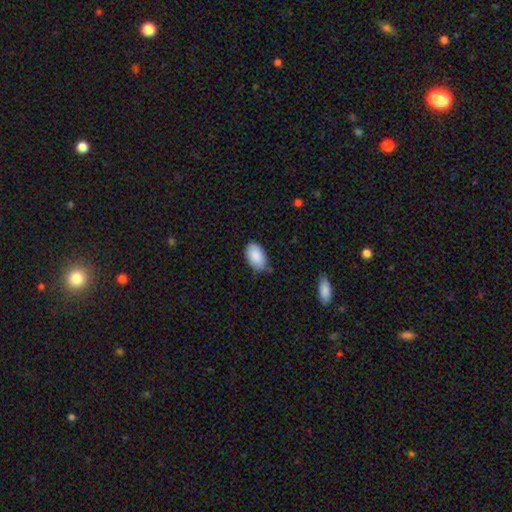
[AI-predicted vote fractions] Overall: smooth (88%). How rounded: in between (94%). Merging: none (67%; minor disturbance 27%).